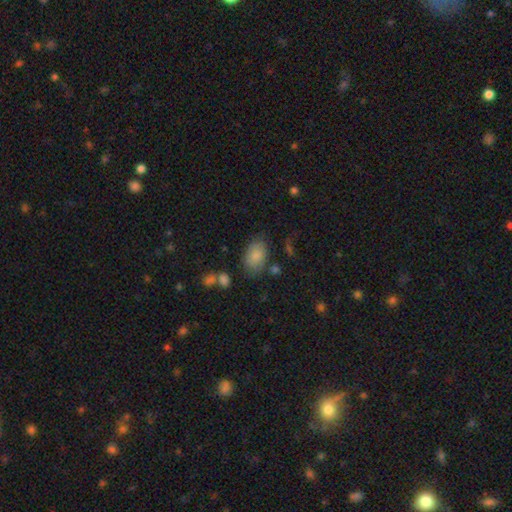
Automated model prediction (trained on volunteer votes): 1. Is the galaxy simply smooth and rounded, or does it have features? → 84% smooth, 8% featured or disk, 8% star or artifact.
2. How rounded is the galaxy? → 88% in between, 11% round, 1% cigar-shaped.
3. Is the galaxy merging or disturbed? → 69% none, 19% minor disturbance, 7% major disturbance, 5% merger.